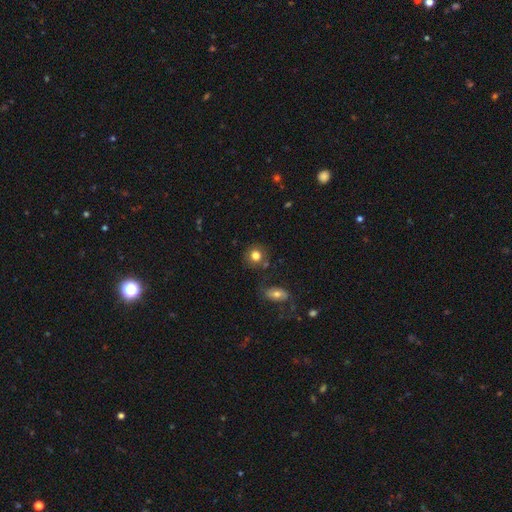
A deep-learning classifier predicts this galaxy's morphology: Smooth or featured?
  - smooth: 79% *
  - star or artifact: 11%
  - featured or disk: 10%
How rounded?
  - round: 85% *
  - in between: 14%
  - cigar-shaped: 1%
Merging?
  - none: 77% *
  - minor disturbance: 12%
  - merger: 6%
  - major disturbance: 4%